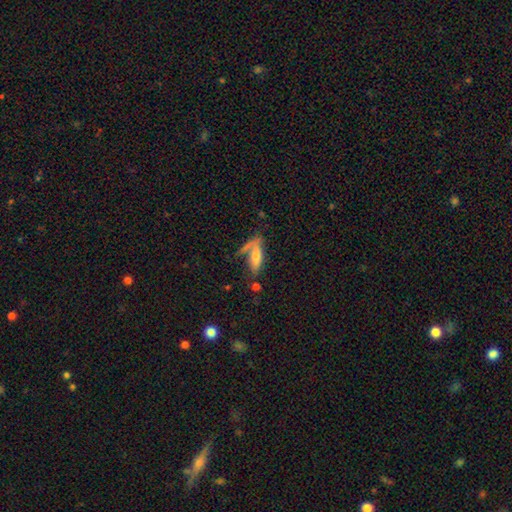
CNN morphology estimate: smooth 65%, featured or disk 28%, star or artifact 8%. Down the decision tree: how rounded — cigar-shaped (51%); merging — none (48%).